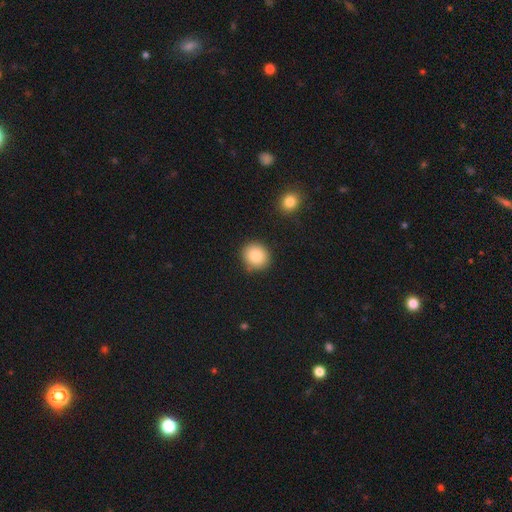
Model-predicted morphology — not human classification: smooth-or-featured: smooth: 86% | star or artifact: 9% | featured or disk: 5%
  how-rounded: round: 86% | in between: 13% | cigar-shaped: 1%
  merging: none: 86% | minor disturbance: 9% | merger: 3% | major disturbance: 2%